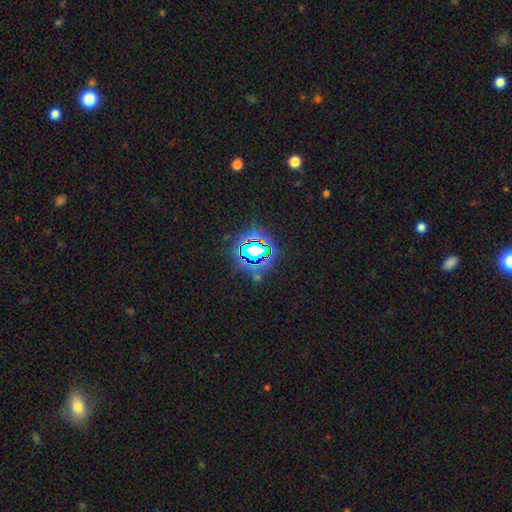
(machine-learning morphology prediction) Smooth or featured? star or artifact (81%)